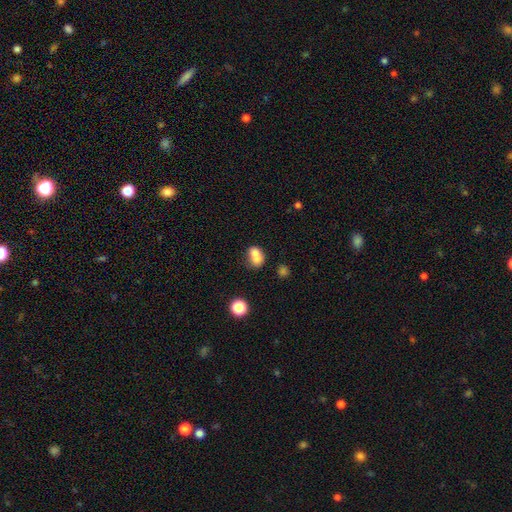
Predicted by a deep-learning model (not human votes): A smooth galaxy with no disk features (77%) that is in between round and cigar-shaped (68%).

Vote fractions:
- Smooth or featured? smooth: 77% / featured or disk: 12% / star or artifact: 11%
- How rounded? in between: 68% / round: 30% / cigar-shaped: 2%
- Merging? merger: 41% / none: 36% / minor disturbance: 16% / major disturbance: 7%